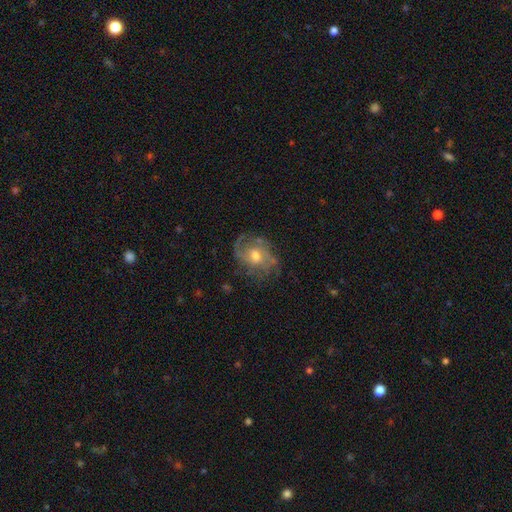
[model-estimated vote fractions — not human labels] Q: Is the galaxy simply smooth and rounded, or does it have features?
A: featured or disk — 73%.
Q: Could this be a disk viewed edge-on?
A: no — 97%.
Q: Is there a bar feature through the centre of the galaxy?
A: no — 65%.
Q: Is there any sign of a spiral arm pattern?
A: yes — 82%.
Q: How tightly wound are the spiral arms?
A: medium — 43%.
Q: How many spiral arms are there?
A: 2 — 38%.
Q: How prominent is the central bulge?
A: moderate — 69%.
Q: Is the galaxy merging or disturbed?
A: none — 63%.